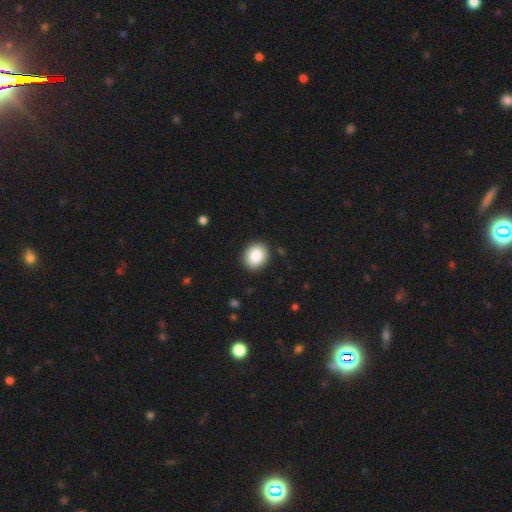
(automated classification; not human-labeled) Smooth or featured?
  - smooth: 86% *
  - star or artifact: 8%
  - featured or disk: 6%
How rounded?
  - round: 58% *
  - in between: 41%
  - cigar-shaped: 1%
Merging?
  - none: 89% *
  - minor disturbance: 7%
  - major disturbance: 2%
  - merger: 1%